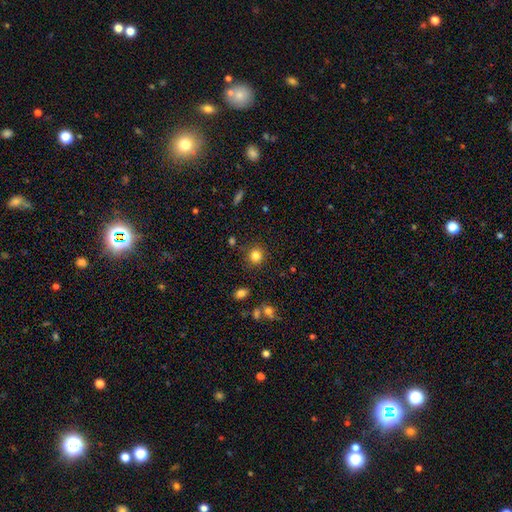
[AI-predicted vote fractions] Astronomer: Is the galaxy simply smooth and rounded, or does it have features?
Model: smooth — 83%.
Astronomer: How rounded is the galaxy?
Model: round — 90%.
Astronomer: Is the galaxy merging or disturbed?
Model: none — 87%.